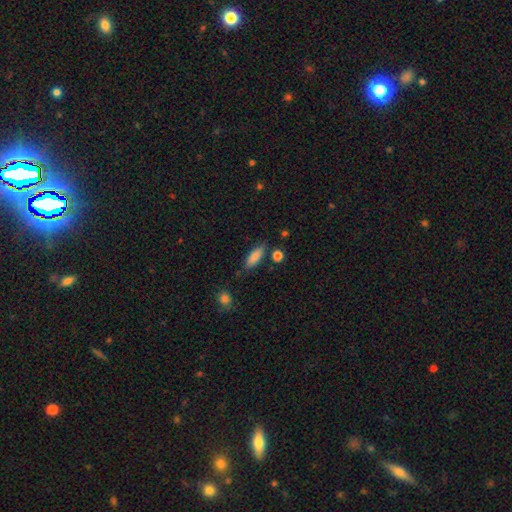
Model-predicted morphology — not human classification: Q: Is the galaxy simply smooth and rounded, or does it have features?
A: smooth — 85%.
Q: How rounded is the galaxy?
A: in between — 64%.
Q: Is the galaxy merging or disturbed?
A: none — 77%.